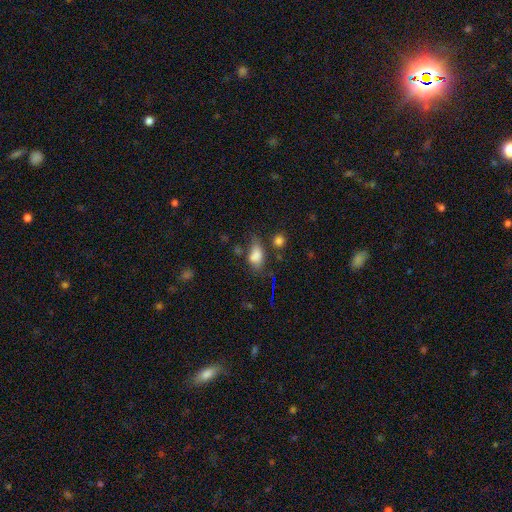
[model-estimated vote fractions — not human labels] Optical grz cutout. It shows a smooth galaxy with no disk features (74%) that is in between round and cigar-shaped (83%). Merging: none (46%).